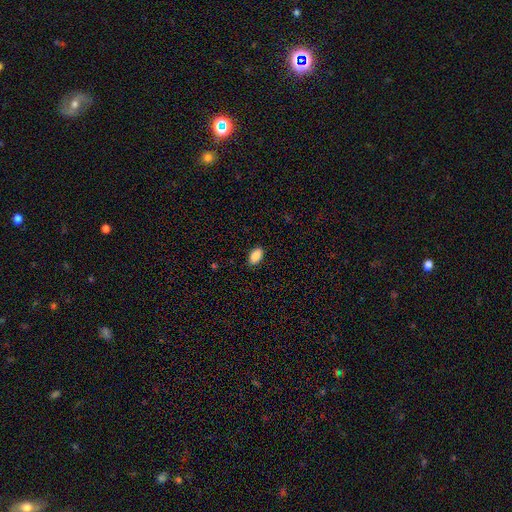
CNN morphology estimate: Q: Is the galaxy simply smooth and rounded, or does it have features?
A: smooth — 88%.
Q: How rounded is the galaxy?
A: in between — 93%.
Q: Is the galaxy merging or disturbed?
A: none — 86%.